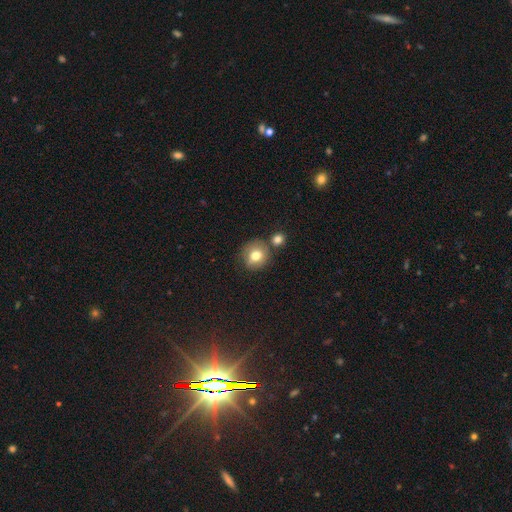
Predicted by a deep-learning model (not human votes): Morphology: type=smooth (76%); roundness=round (80%); merging=none (67%).